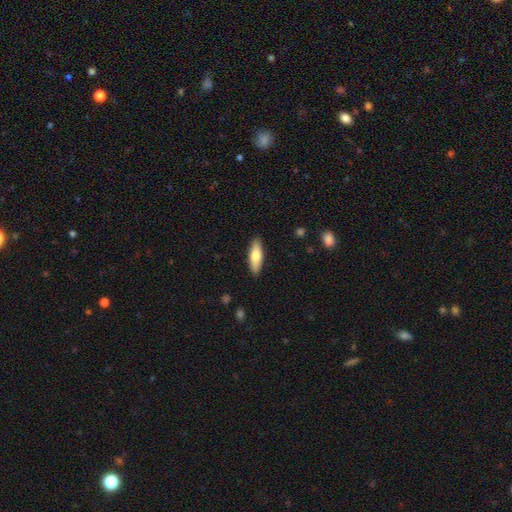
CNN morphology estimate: The model was most divided on "how rounded": in between: 54%, cigar-shaped: 44%, round: 2%. More confident: merging — none (89%); smooth or featured — smooth (71%).